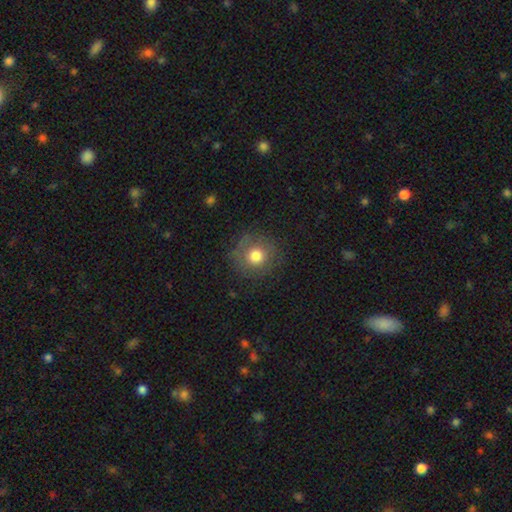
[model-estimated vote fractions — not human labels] Smooth or featured?
  - smooth: 74% *
  - featured or disk: 15%
  - star or artifact: 11%
How rounded?
  - round: 93% *
  - in between: 6%
  - cigar-shaped: 1%
Merging?
  - none: 79% *
  - minor disturbance: 14%
  - major disturbance: 6%
  - merger: 1%